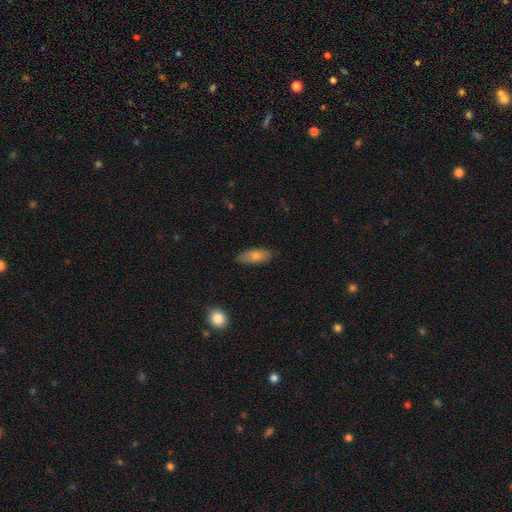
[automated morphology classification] Smooth or featured?
  - smooth: 75% *
  - featured or disk: 18%
  - star or artifact: 7%
How rounded?
  - in between: 78% *
  - cigar-shaped: 19%
  - round: 3%
Merging?
  - none: 80% *
  - minor disturbance: 16%
  - major disturbance: 3%
  - merger: 1%